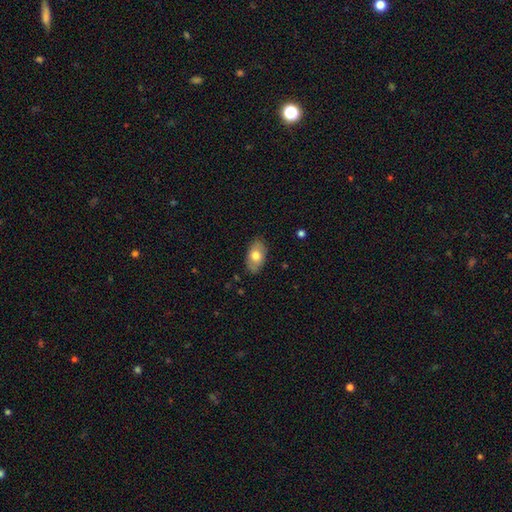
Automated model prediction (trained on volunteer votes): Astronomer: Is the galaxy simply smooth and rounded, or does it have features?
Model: smooth — 71%.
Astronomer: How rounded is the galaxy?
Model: in between — 92%.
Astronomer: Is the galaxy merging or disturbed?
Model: none — 83%.